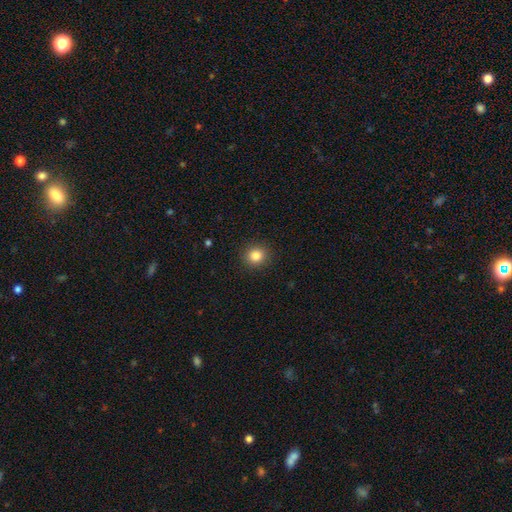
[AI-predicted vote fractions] Overall: smooth (84%). How rounded: round (88%). Merging: none (91%).